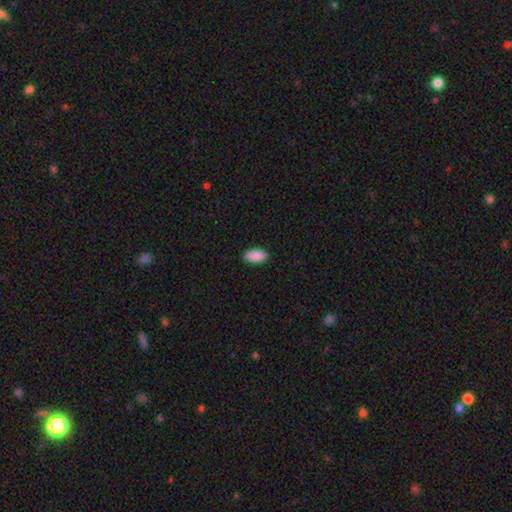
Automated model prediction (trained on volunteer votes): smooth_or_featured: smooth (p=0.91) [alt: star or artifact p=0.06]
how_rounded: in between (p=0.94) [alt: round p=0.03]
merging: none (p=0.89) [alt: minor disturbance p=0.08]